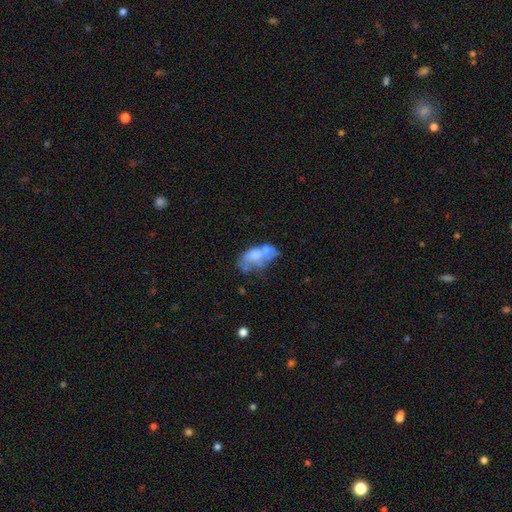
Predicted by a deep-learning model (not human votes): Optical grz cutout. It shows a smooth galaxy with no disk features (50%). Merging: merger (39%).